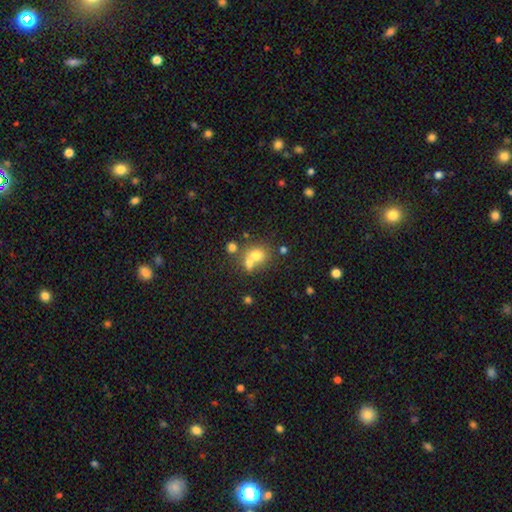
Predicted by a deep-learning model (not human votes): Smooth or featured? Predicted: smooth (p=0.70). How rounded? Predicted: round (p=0.68). Merging? Predicted: merger (p=0.50).